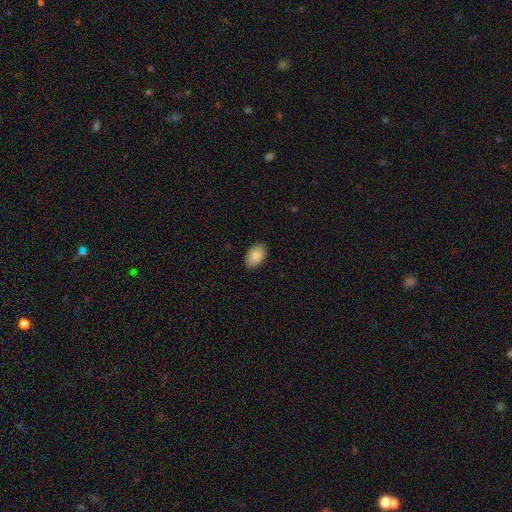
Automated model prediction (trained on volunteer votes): A smooth galaxy with no disk features (89%) that is in between round and cigar-shaped (90%).

Vote fractions:
- Smooth or featured? smooth: 89% / star or artifact: 6% / featured or disk: 4%
- How rounded? in between: 90% / round: 9% / cigar-shaped: 1%
- Merging? none: 85% / minor disturbance: 12% / major disturbance: 2% / merger: 1%